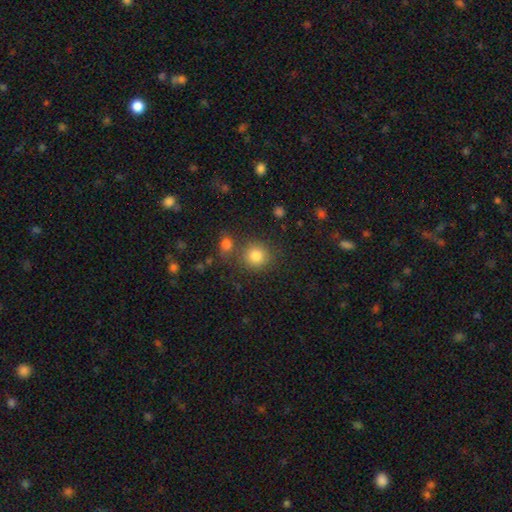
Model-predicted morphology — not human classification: This is clearly a smooth galaxy (82%). How rounded: clearly round (89%). Merging: likely none (74%).